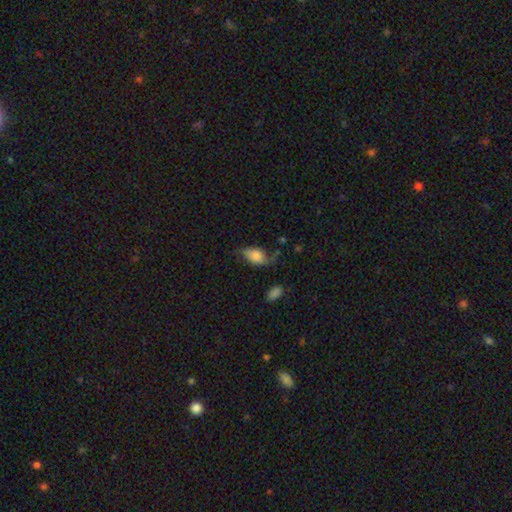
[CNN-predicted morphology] A smooth galaxy with no disk features (63%) that is in between round and cigar-shaped (88%).

Vote fractions:
- Smooth or featured? smooth: 63% / featured or disk: 28% / star or artifact: 8%
- How rounded? in between: 88% / round: 9% / cigar-shaped: 3%
- Merging? none: 45% / minor disturbance: 33% / major disturbance: 19% / merger: 3%